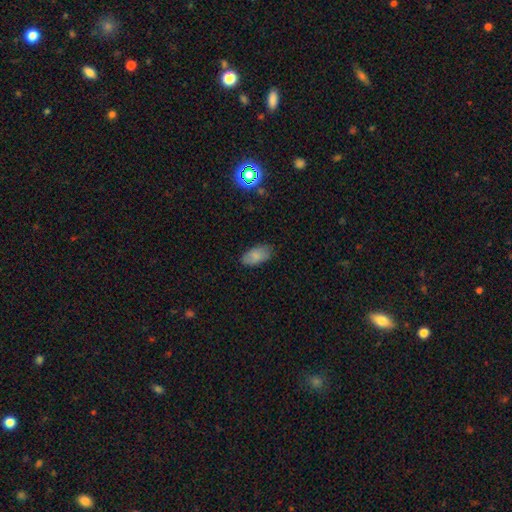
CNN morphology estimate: Smooth or featured?
  - smooth: 83% *
  - featured or disk: 9%
  - star or artifact: 8%
How rounded?
  - in between: 94% *
  - round: 3%
  - cigar-shaped: 3%
Merging?
  - none: 81% *
  - minor disturbance: 15%
  - major disturbance: 3%
  - merger: 1%